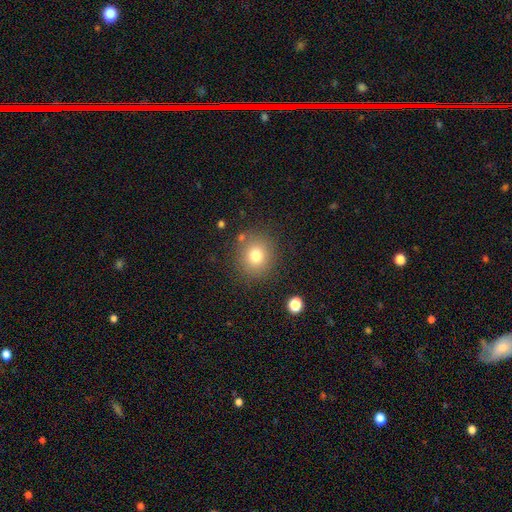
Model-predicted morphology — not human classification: smooth 78%, star or artifact 12%, featured or disk 10%. Down the decision tree: how rounded — round (84%); merging — none (83%).